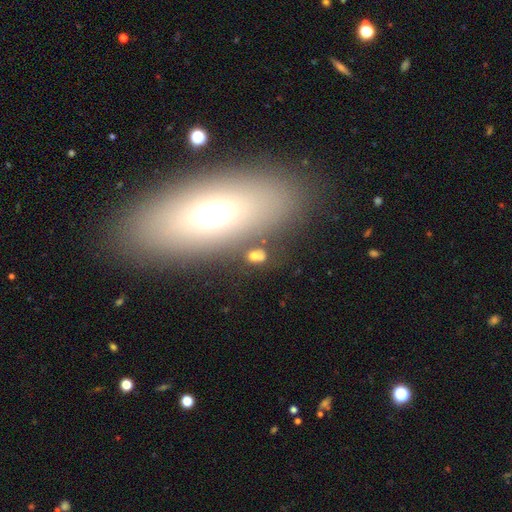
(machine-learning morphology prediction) A smooth galaxy with no disk features (66%) that is in between round and cigar-shaped (76%).

Vote fractions:
- Smooth or featured? smooth: 66% / star or artifact: 19% / featured or disk: 15%
- How rounded? in between: 76% / round: 20% / cigar-shaped: 5%
- Merging? none: 70% / minor disturbance: 13% / merger: 10% / major disturbance: 7%